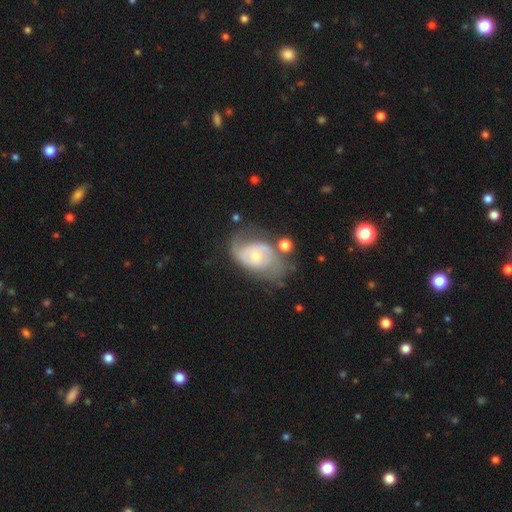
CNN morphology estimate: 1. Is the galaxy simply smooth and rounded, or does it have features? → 75% featured or disk, 19% smooth, 6% star or artifact.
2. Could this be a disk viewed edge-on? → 96% no, 4% yes.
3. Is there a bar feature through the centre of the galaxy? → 67% no, 28% weak, 5% strong.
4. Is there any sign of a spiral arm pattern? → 87% yes, 13% no.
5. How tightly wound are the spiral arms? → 43% medium, 35% tight, 22% loose.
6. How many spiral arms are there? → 71% 2, 17% can't tell, 6% 1, 3% 3, 1% 4, 1% more than 4.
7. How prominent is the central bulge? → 48% moderate, 47% small, 3% large, 1% none, 1% dominant.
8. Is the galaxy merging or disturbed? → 48% none, 25% minor disturbance, 18% major disturbance, 9% merger.